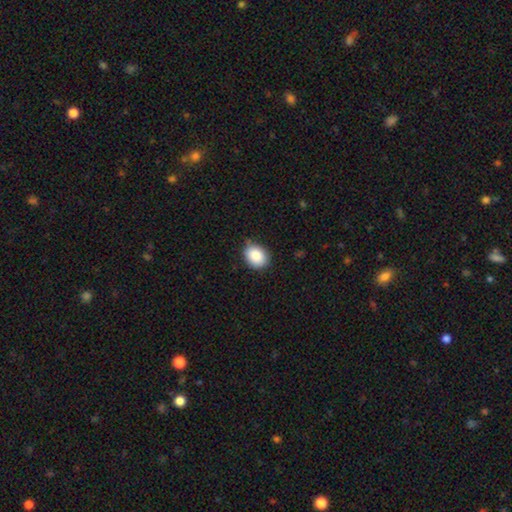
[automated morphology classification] smooth-or-featured: smooth: 88% | star or artifact: 8% | featured or disk: 4%
  how-rounded: in between: 63% | round: 36% | cigar-shaped: 1%
  merging: none: 81% | minor disturbance: 15% | major disturbance: 2% | merger: 1%